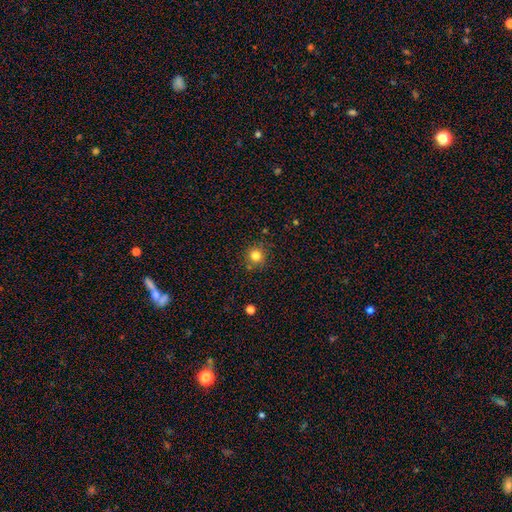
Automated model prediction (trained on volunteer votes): Smooth or featured: smooth — 81% (star or artifact — 13%)
How rounded: round — 92% (in between — 7%)
Merging: none — 82% (minor disturbance — 10%)